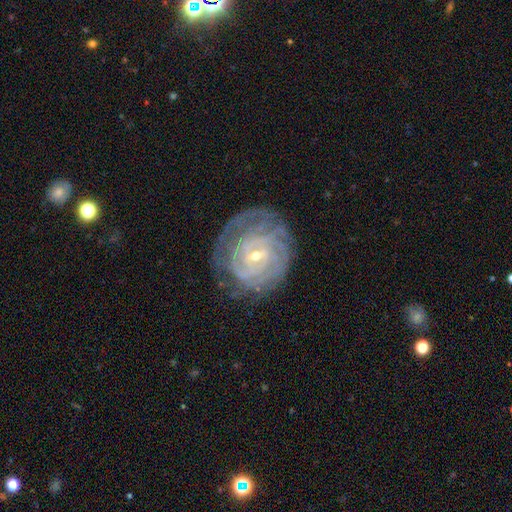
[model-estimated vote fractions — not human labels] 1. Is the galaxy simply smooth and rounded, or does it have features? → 87% featured or disk, 7% smooth, 6% star or artifact.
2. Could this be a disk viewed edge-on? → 97% no, 3% yes.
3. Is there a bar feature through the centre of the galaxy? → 46% weak, 35% no, 18% strong.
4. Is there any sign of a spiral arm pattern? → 96% yes, 4% no.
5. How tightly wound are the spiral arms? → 82% tight, 15% medium, 3% loose.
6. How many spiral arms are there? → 37% can't tell, 18% 4, 15% 3, 14% 2, 10% more than 4, 6% 1.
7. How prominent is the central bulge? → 63% small, 34% moderate, 1% large, 1% none, 1% dominant.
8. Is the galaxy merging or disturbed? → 71% none, 19% minor disturbance, 9% major disturbance, 1% merger.